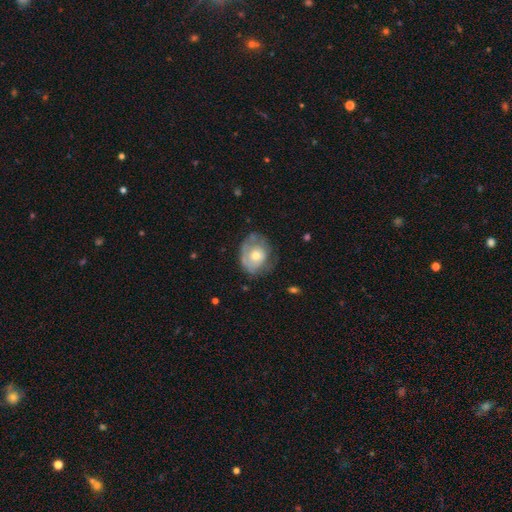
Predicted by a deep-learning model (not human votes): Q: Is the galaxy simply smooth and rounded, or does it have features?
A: featured or disk — 51%.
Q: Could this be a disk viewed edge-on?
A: no — 96%.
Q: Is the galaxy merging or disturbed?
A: none — 53%.